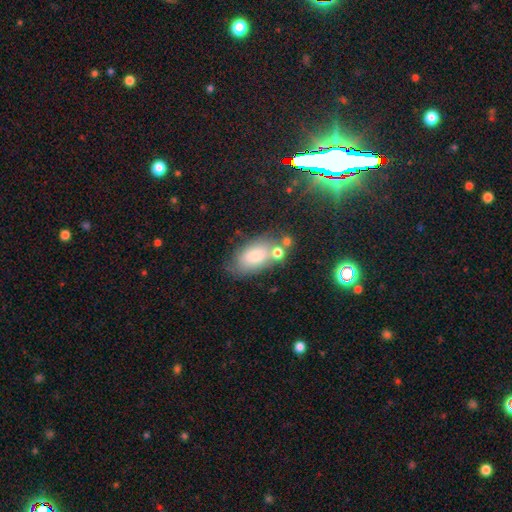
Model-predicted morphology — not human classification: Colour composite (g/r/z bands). It shows a smooth galaxy with no disk features (75%) that is in between round and cigar-shaped (90%). Merging: none (51%).